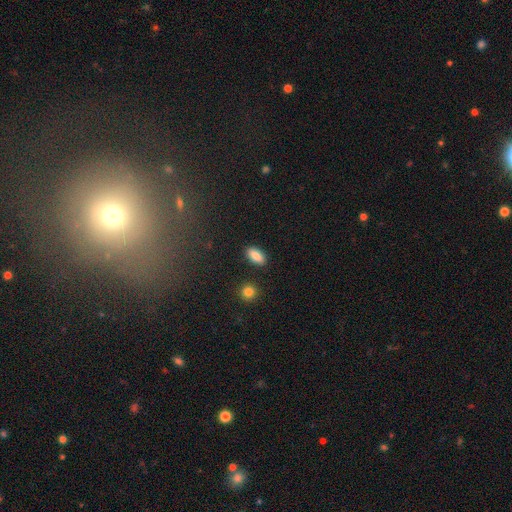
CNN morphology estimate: smooth_or_featured: smooth (p=0.87) [alt: star or artifact p=0.07]
how_rounded: in between (p=0.89) [alt: cigar-shaped p=0.07]
merging: none (p=0.88) [alt: minor disturbance p=0.08]